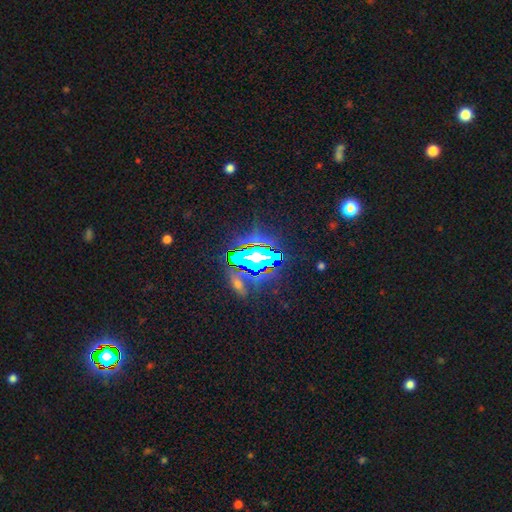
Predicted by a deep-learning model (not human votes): Smooth or featured? star or artifact (70%)